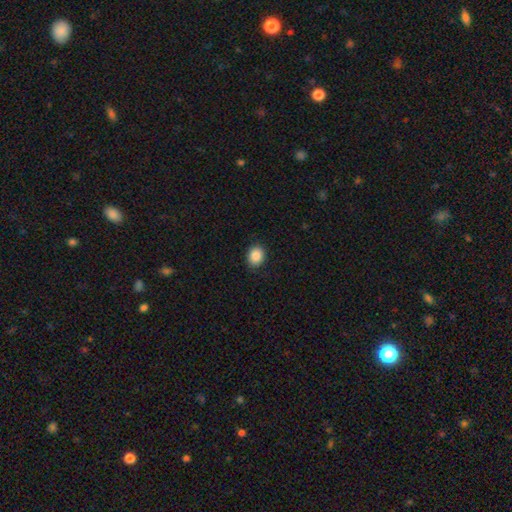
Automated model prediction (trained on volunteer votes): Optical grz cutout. It shows a smooth galaxy with no disk features (88%) that is round (53%). Merging: none (88%).